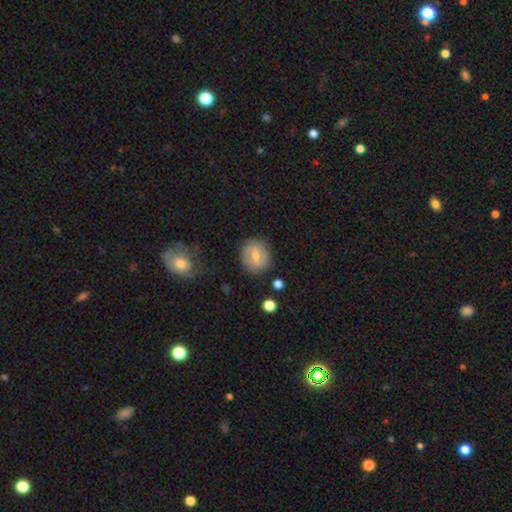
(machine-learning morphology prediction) Smooth or featured: smooth — 53% (featured or disk — 37%)
How rounded: round — 77% (in between — 22%)
Merging: none — 84% (minor disturbance — 11%)